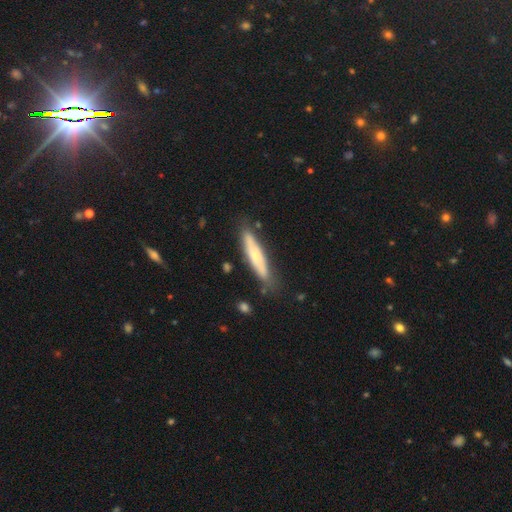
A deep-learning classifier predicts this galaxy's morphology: A smooth galaxy with no disk features (53%) that is cigar-shaped (84%). Merging: none (78%).